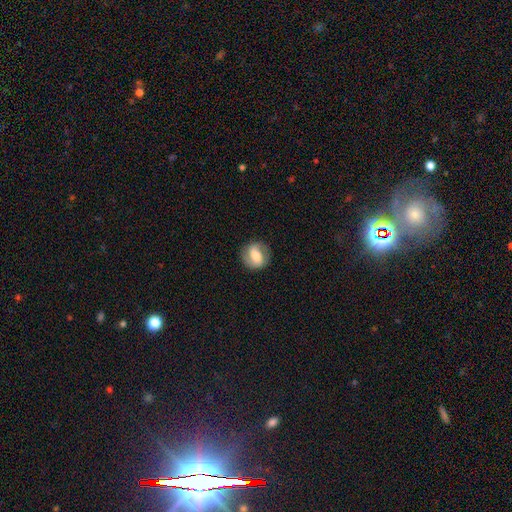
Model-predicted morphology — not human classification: featured or disk 58%, smooth 35%, star or artifact 7%. Down the decision tree: edge-on disk — no (96%); bar — weak (40%); spiral arms — yes (78%); bulge size — moderate (57%); merging — none (84%).